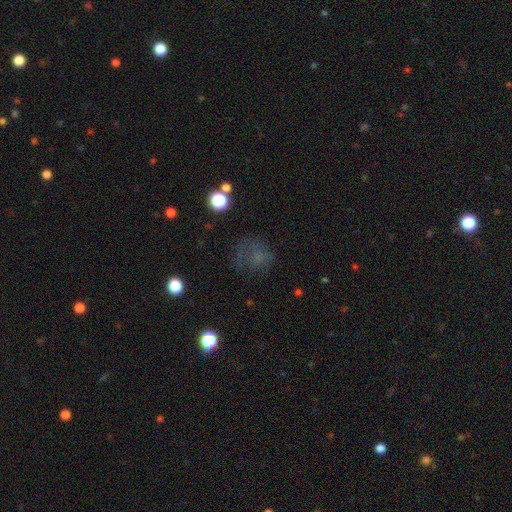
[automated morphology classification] Smooth or featured? smooth (56%)
How rounded? round (72%)
Merging? none (54%)